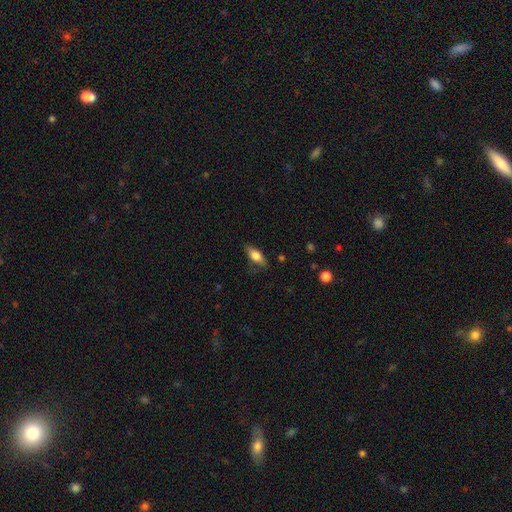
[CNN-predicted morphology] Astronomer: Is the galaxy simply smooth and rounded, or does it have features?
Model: smooth — 65%.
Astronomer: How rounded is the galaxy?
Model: in between — 73%.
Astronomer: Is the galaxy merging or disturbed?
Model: none — 72%.